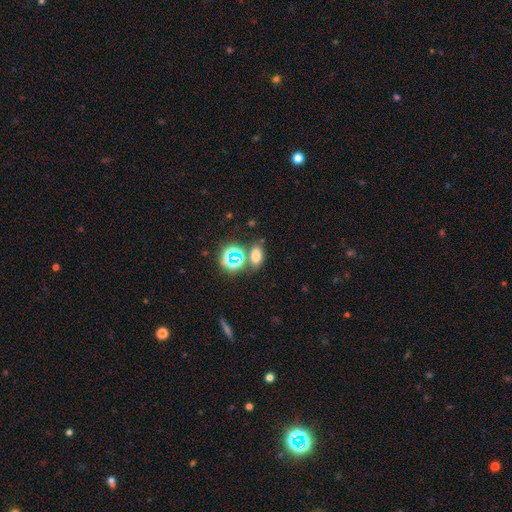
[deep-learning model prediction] Smooth or featured? smooth (65%)
How rounded? in between (77%)
Merging? none (71%)